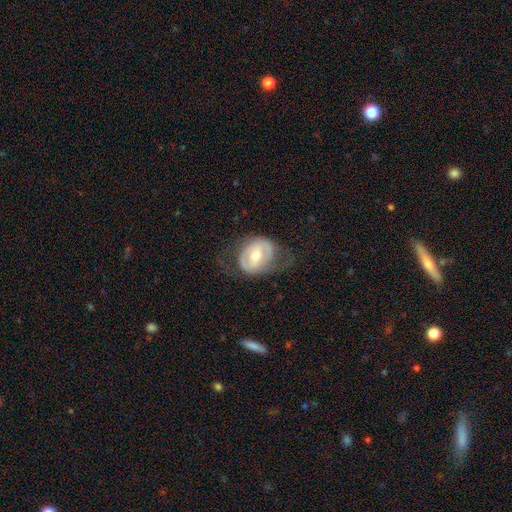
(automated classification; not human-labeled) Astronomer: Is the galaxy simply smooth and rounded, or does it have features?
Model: featured or disk — 62%.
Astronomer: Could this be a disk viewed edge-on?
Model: no — 95%.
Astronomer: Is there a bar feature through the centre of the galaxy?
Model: weak — 41% (runner-up: strong, 30%).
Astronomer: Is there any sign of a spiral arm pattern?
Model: yes — 52% (runner-up: no, 48%).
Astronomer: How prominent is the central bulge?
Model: moderate — 66%.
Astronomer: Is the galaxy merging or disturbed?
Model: none — 54%.